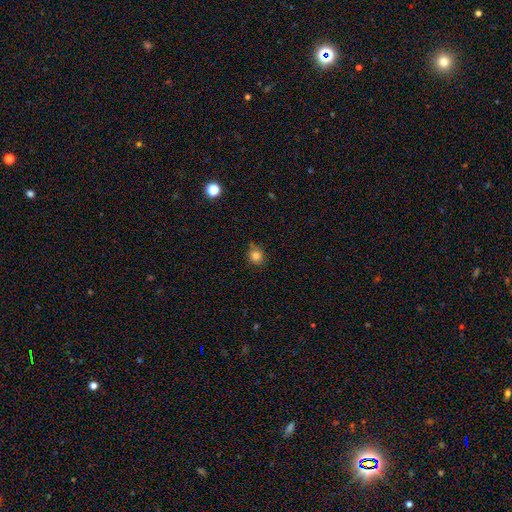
Volunteers were most divided on "merging": none: 53%, minor disturbance: 37%, major disturbance: 5%, merger: 5%. More confident: smooth or featured — smooth (88%); how rounded — round (83%).